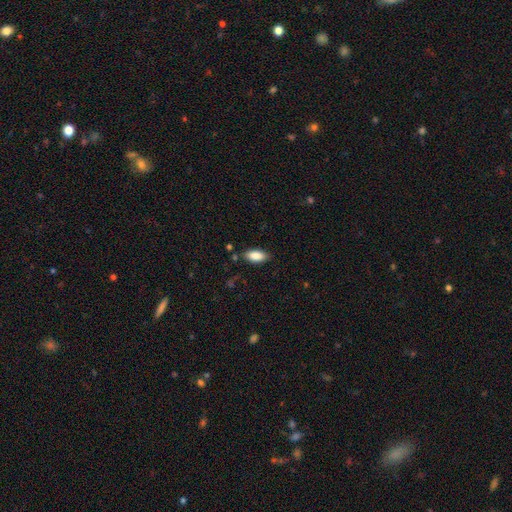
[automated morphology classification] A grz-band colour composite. It shows a smooth galaxy with no disk features (87%) that is in between round and cigar-shaped (90%). Merging: none (83%).